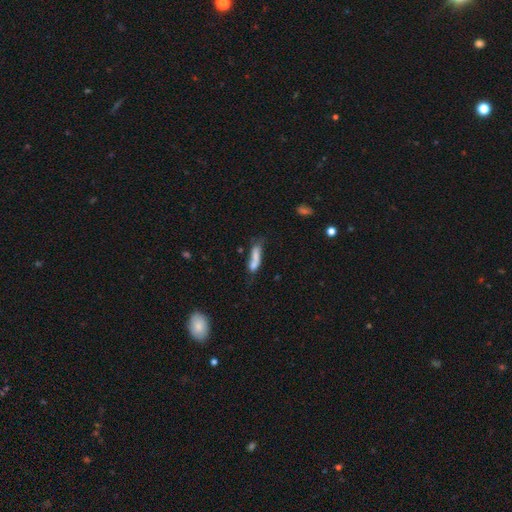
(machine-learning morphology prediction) type=smooth (68%); roundness=cigar-shaped (57%); merging=none (33%, tied with merger).